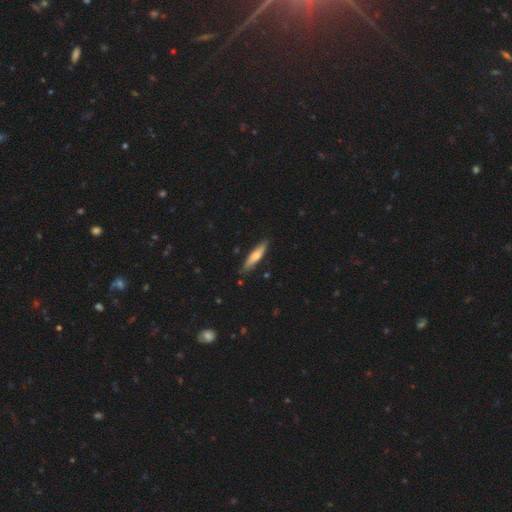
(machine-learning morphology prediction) type=smooth (61%); roundness=cigar-shaped (81%); merging=none (84%).